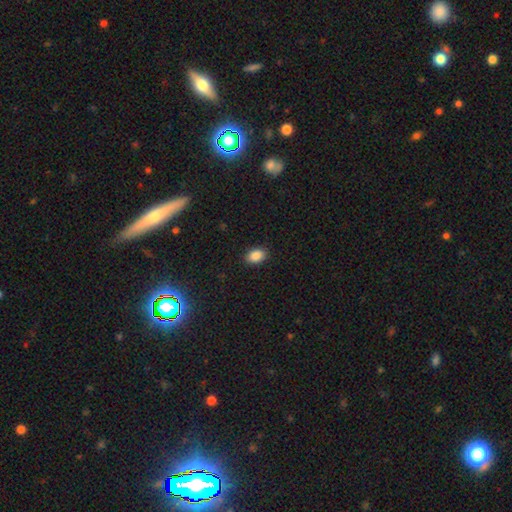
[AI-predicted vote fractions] Smooth or featured? Predicted: smooth (p=0.87). How rounded? Predicted: in between (p=0.83). Merging? Predicted: none (p=0.89).